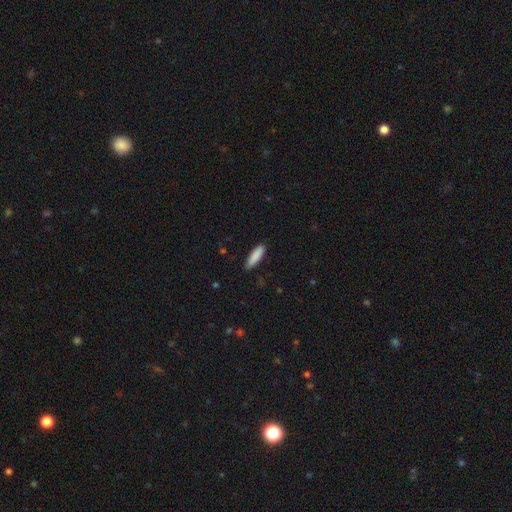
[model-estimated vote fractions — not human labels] smooth 89%, star or artifact 6%, featured or disk 6%. Down the decision tree: how rounded — cigar-shaped (62%); merging — none (86%).